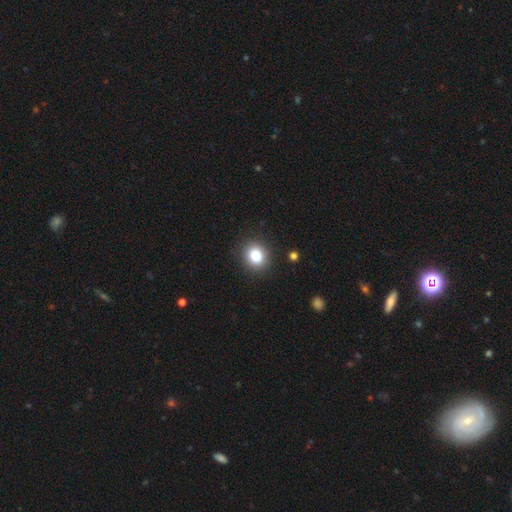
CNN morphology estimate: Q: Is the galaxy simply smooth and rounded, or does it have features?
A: smooth — 84%.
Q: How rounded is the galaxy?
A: round — 72%.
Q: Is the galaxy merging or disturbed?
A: none — 88%.